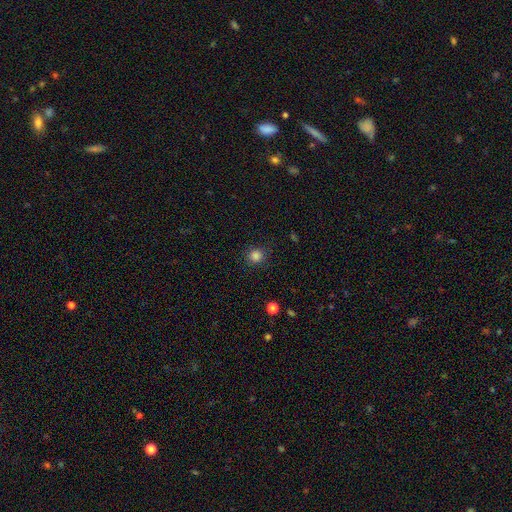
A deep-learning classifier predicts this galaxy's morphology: Overall: smooth (84%). How rounded: round (91%). Merging: none (88%).